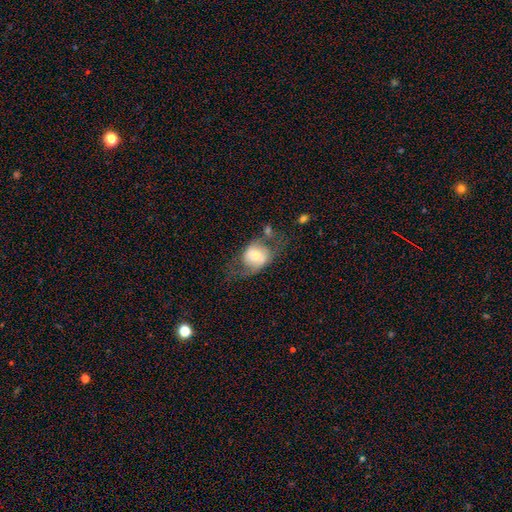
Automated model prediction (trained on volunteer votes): smooth_or_featured: smooth (p=0.49) [alt: featured or disk p=0.44]
merging: none (p=0.45) [alt: major disturbance p=0.24]